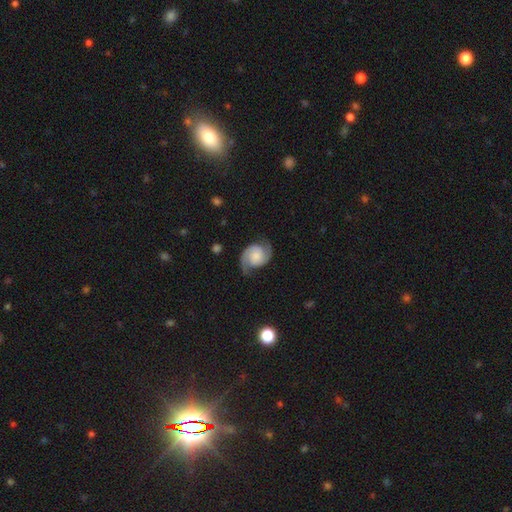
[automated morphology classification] smooth-or-featured: featured or disk: 85% | smooth: 10% | star or artifact: 5%
  disk-edge-on: no: 98% | yes: 2%
    bar: no: 70% | weak: 25% | strong: 5%
    has-spiral-arms: yes: 97% | no: 3%
      spiral-winding: medium: 50% | tight: 29% | loose: 21%
      spiral-arm-count: 2: 93% | can't tell: 2% | 1: 2% | 3: 1% | 4: 1% | more than 4: 1%
    bulge-size: small: 28% | none: 27% | moderate: 26% | large: 15% | dominant: 4%
  merging: none: 76% | minor disturbance: 17% | major disturbance: 6% | merger: 1%